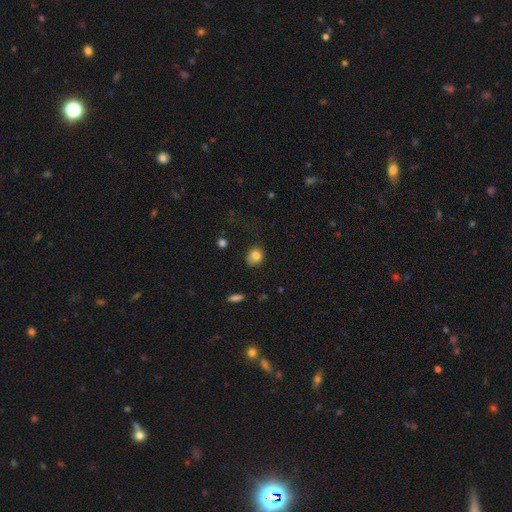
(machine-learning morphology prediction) Q: Smooth or featured?
A: smooth (82%); runner-up: star or artifact (10%)
Q: How rounded?
A: round (69%); runner-up: in between (30%)
Q: Merging?
A: none (66%); runner-up: minor disturbance (25%)